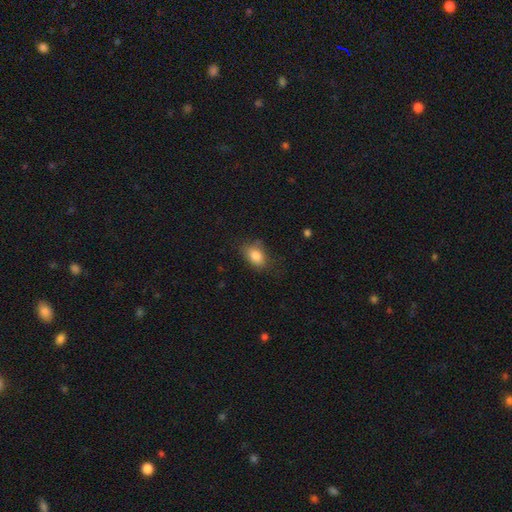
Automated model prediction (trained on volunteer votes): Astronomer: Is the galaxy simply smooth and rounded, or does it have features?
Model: smooth — 84%.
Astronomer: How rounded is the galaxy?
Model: in between — 83%.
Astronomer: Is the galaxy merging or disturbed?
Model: none — 69%.